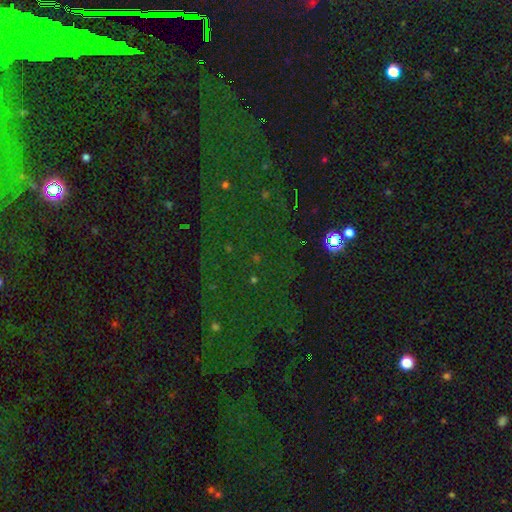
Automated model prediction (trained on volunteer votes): The model was most divided on "smooth or featured": star or artifact: 77%, smooth: 12%, featured or disk: 10%.